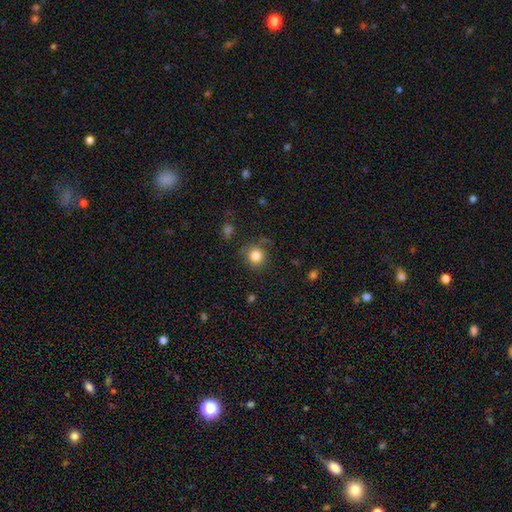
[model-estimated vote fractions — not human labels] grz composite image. It shows a smooth galaxy with no disk features (83%) that is round (92%). Merging: none (80%).